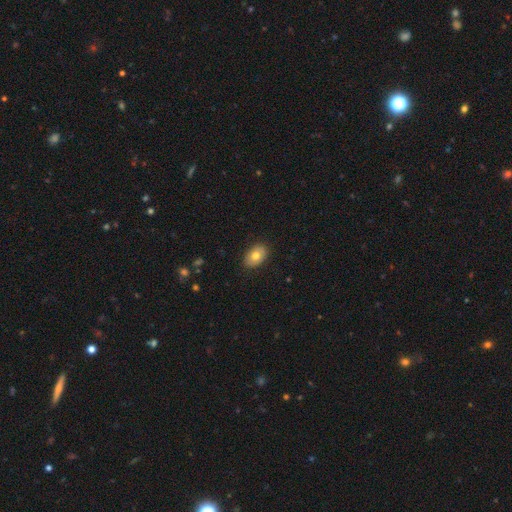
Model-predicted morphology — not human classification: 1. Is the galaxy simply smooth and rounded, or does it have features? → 76% smooth, 16% featured or disk, 8% star or artifact.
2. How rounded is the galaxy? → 87% in between, 12% round, 1% cigar-shaped.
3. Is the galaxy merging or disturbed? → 88% none, 9% minor disturbance, 2% major disturbance, 1% merger.